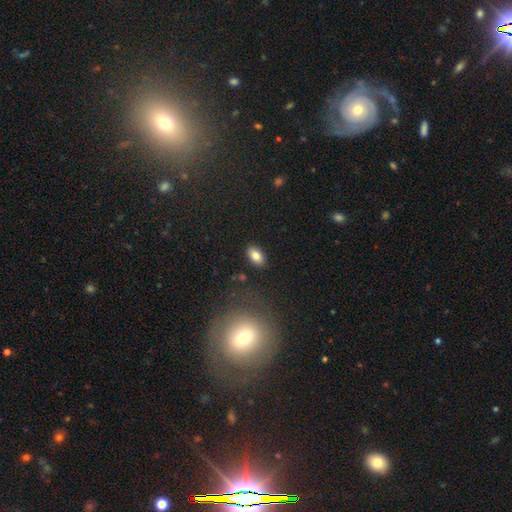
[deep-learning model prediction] A smooth galaxy with no disk features (82%) that is in between round and cigar-shaped (89%). Merging: none (88%).